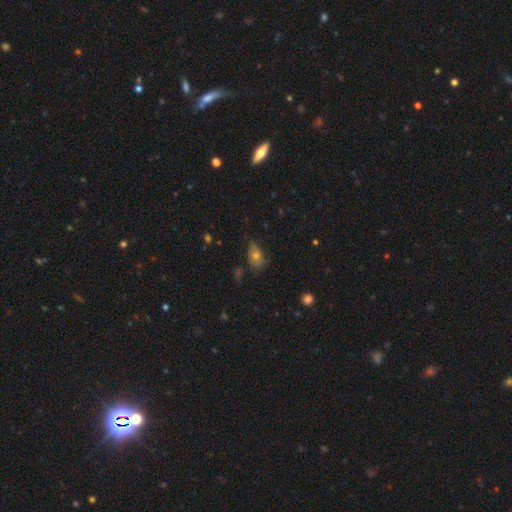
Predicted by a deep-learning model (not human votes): A smooth galaxy with no disk features (60%) that is in between round and cigar-shaped (78%). Merging: none (60%).